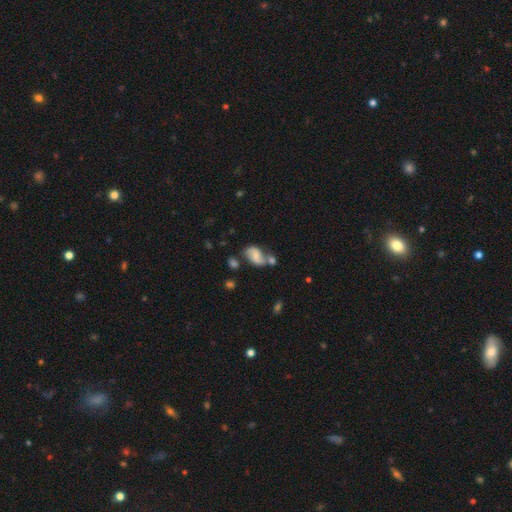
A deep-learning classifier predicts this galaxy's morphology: This appears to be a featured or disk galaxy (48%). Merging: none (40%).